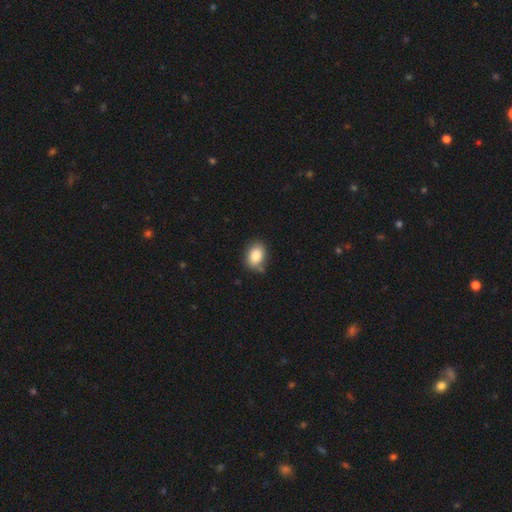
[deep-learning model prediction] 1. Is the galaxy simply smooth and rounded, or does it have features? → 85% smooth, 8% star or artifact, 7% featured or disk.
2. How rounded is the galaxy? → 75% in between, 24% round, 1% cigar-shaped.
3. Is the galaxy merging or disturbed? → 68% none, 24% minor disturbance, 5% major disturbance, 4% merger.